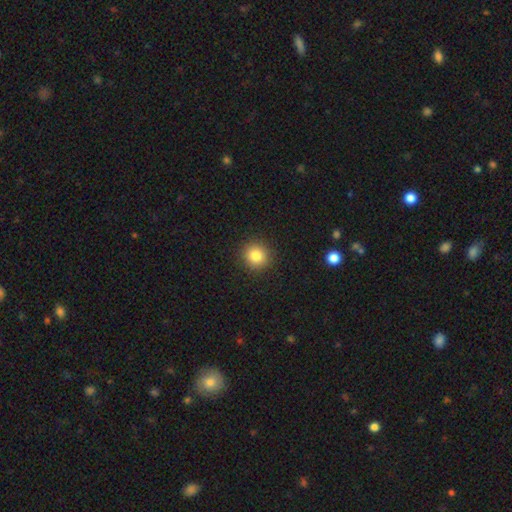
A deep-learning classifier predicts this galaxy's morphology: Overall: smooth (83%). How rounded: round (92%). Merging: none (91%).